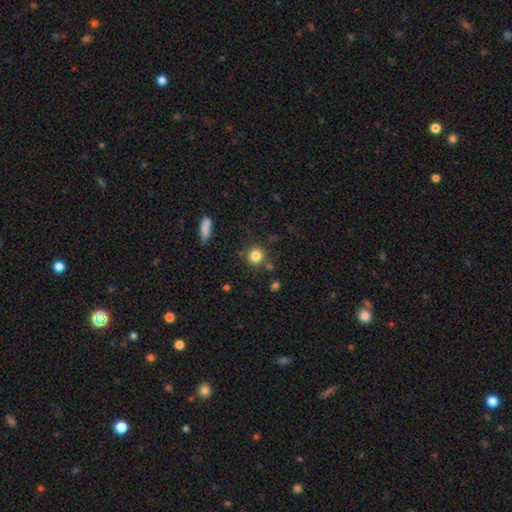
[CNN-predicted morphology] Smooth or featured? Predicted: smooth (p=0.82). How rounded? Predicted: round (p=0.88). Merging? Predicted: none (p=0.83).